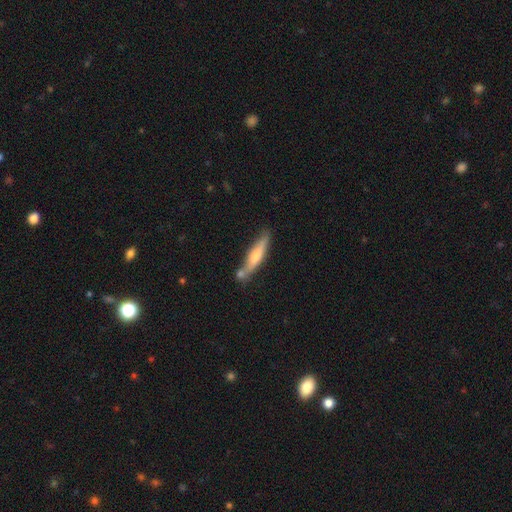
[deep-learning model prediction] smooth-or-featured: featured or disk: 51% | smooth: 43% | star or artifact: 6%
  disk-edge-on: yes: 91% | no: 9%
  merging: none: 66% | merger: 16% | minor disturbance: 15% | major disturbance: 3%